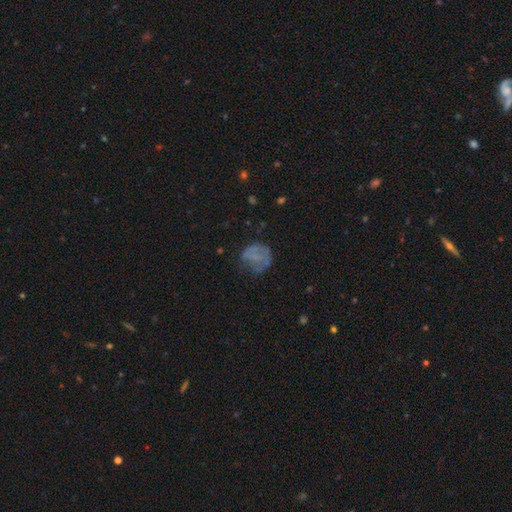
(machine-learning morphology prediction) Smooth or featured: smooth — 51% (featured or disk — 35%)
How rounded: round — 71% (in between — 28%)
Merging: none — 48% (minor disturbance — 26%)